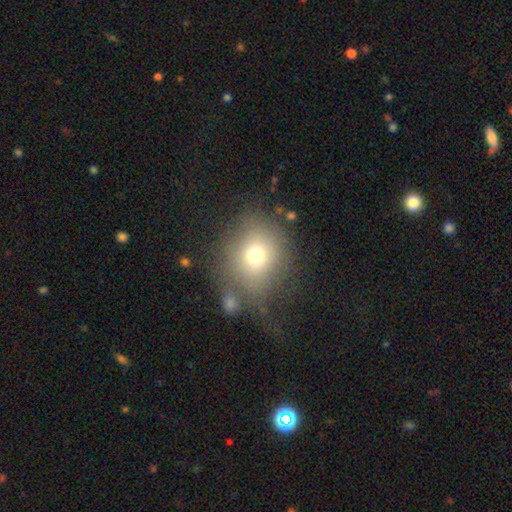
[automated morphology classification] A smooth galaxy with no disk features (69%) that is round (78%). Merging: none (54%).